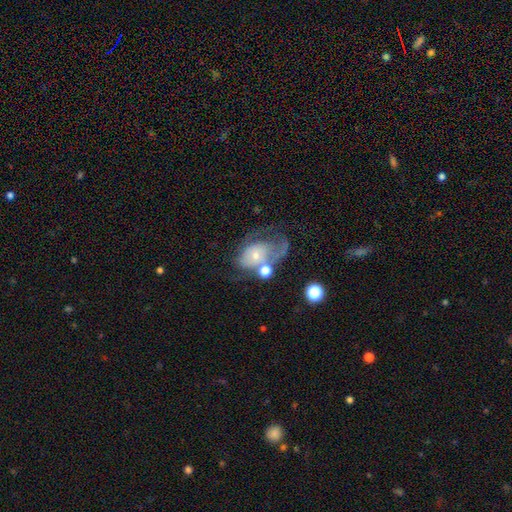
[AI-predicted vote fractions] A featured or disk galaxy (61%) with no bar (77%), spiral arms (70%) and a small central bulge (62%).

Vote fractions:
- Smooth or featured? featured or disk: 61% / smooth: 30% / star or artifact: 9%
- Edge-on disk? no: 96% / yes: 4%
- Bar? no: 77% / weak: 19% / strong: 4%
- Spiral arms? yes: 70% / no: 30%
- Bulge size? small: 62% / moderate: 29% / none: 4% / large: 3% / dominant: 2%
- Merging? major disturbance: 37% / none: 26% / minor disturbance: 19% / merger: 18%